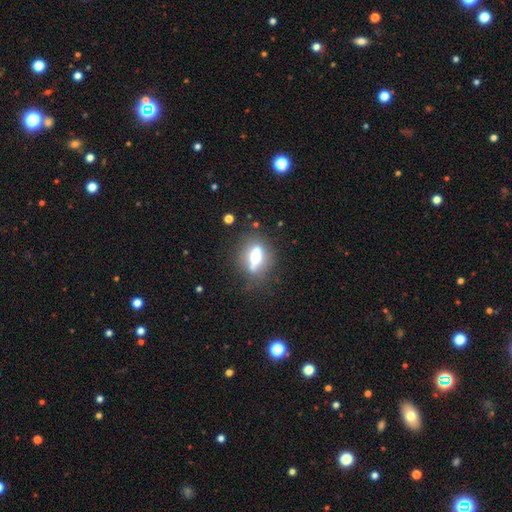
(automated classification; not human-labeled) Smooth or featured? featured or disk (48%)
Merging? none (70%)